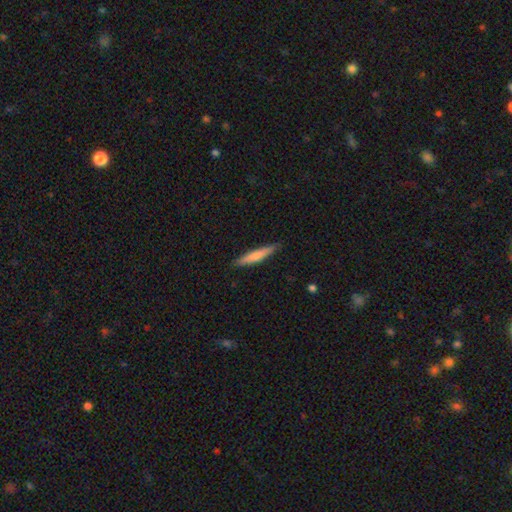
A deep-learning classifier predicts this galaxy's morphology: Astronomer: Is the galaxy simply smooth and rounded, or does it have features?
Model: smooth — 69%.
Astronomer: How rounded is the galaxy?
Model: cigar-shaped — 91%.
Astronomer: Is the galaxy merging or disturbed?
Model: none — 89%.